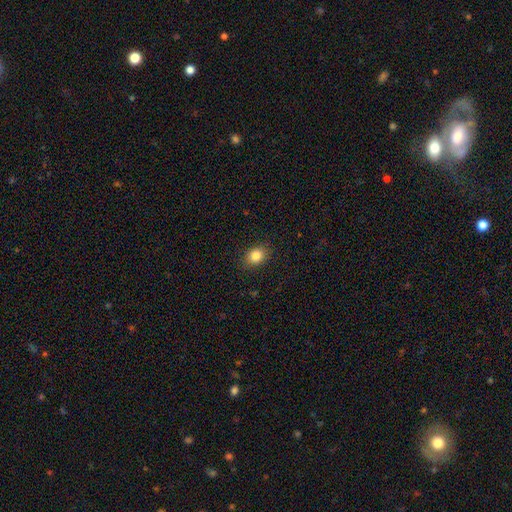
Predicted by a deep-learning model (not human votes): Q: Smooth or featured?
A: smooth (85%); runner-up: star or artifact (10%)
Q: How rounded?
A: in between (61%); runner-up: round (38%)
Q: Merging?
A: none (88%); runner-up: minor disturbance (8%)